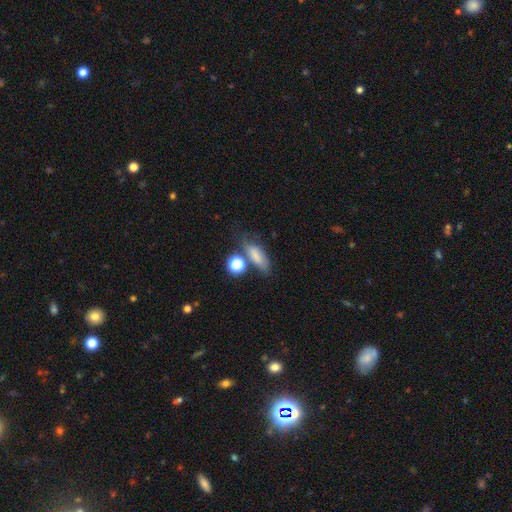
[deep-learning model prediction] smooth-or-featured: smooth: 70% | featured or disk: 17% | star or artifact: 13%
  how-rounded: in between: 65% | cigar-shaped: 23% | round: 12%
  merging: none: 50% | minor disturbance: 21% | merger: 17% | major disturbance: 12%